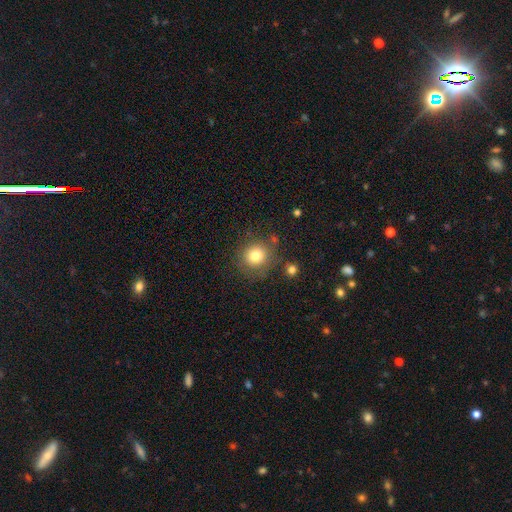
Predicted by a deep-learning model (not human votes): The model was most divided on "merging": none: 78%, minor disturbance: 12%, major disturbance: 5%, merger: 5%. More confident: how rounded — round (89%); smooth or featured — smooth (80%).